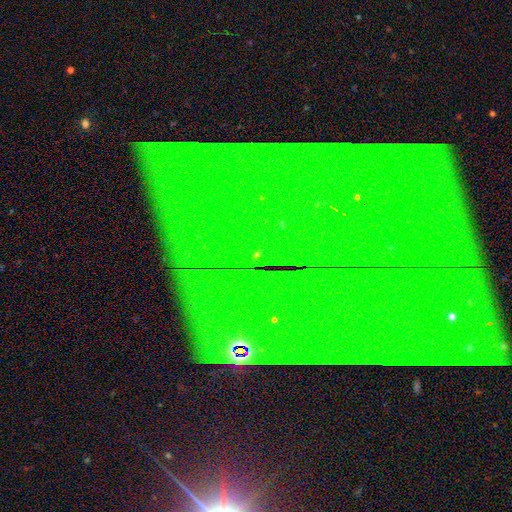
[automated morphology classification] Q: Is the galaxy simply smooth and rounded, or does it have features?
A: star or artifact — 83%.